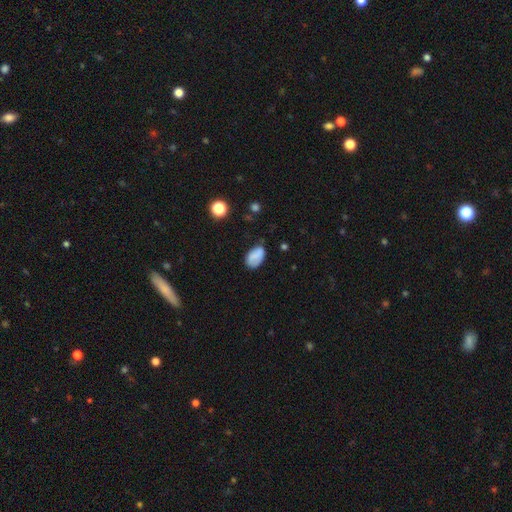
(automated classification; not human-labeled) Morphology: type=smooth (75%); roundness=in between (89%); merging=none (65%).